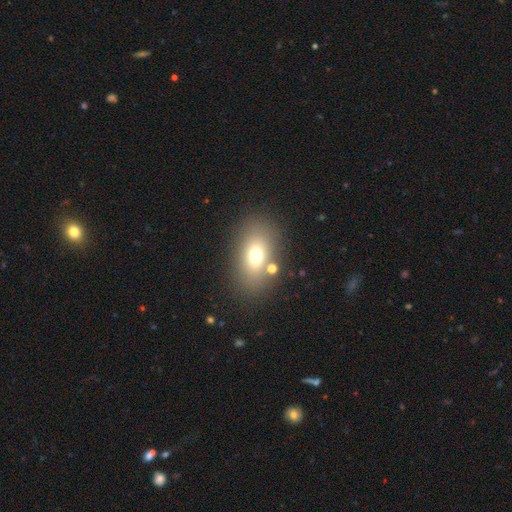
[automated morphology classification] smooth 70%, featured or disk 17%, star or artifact 13%. Down the decision tree: how rounded — in between (81%); merging — none (77%).